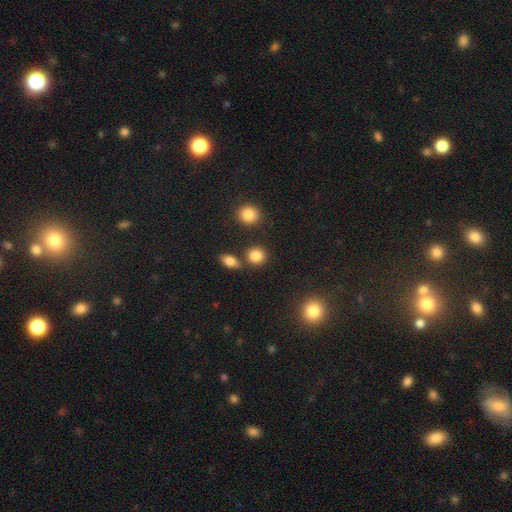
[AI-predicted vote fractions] Smooth or featured? Predicted: smooth (p=0.84). How rounded? Predicted: round (p=0.78). Merging? Predicted: none (p=0.78).